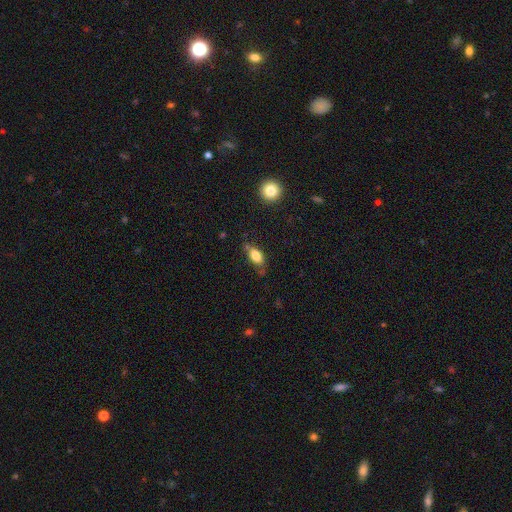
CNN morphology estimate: Smooth or featured? Predicted: smooth (p=0.80). How rounded? Predicted: in between (p=0.86). Merging? Predicted: none (p=0.66).